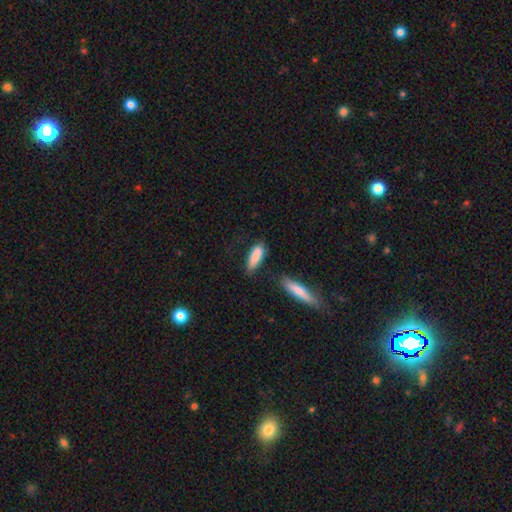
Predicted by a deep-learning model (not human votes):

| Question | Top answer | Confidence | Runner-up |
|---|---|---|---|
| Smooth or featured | smooth | 86% | featured or disk (8%) |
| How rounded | in between | 51% | cigar-shaped (47%) |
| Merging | none | 61% | minor disturbance (25%) |